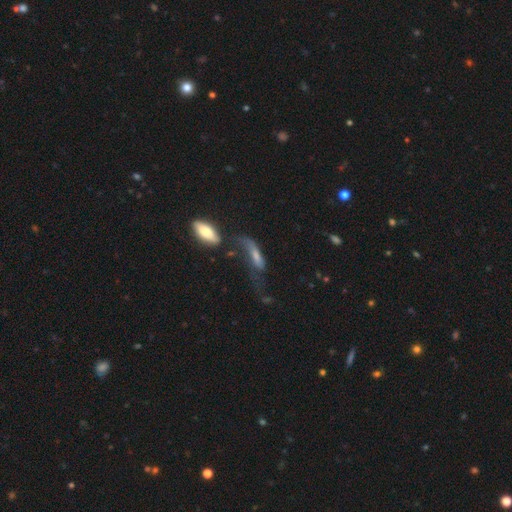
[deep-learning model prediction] A featured or disk galaxy (47%). Merging: major disturbance (37%).